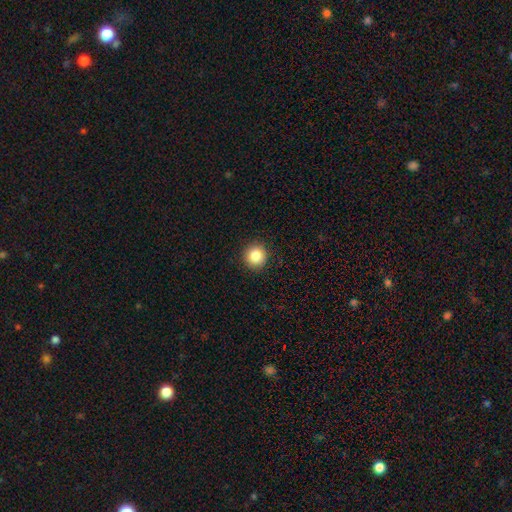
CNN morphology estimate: smooth-or-featured: smooth: 86% | star or artifact: 10% | featured or disk: 4%
  how-rounded: round: 94% | in between: 5% | cigar-shaped: 1%
  merging: none: 92% | minor disturbance: 6% | major disturbance: 2% | merger: 1%